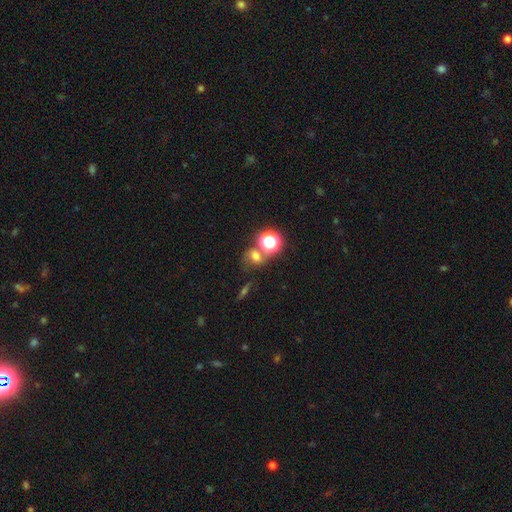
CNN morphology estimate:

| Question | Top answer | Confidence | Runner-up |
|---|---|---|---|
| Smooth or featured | smooth | 57% | star or artifact (29%) |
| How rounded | round | 63% | in between (36%) |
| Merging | none | 51% | merger (30%) |